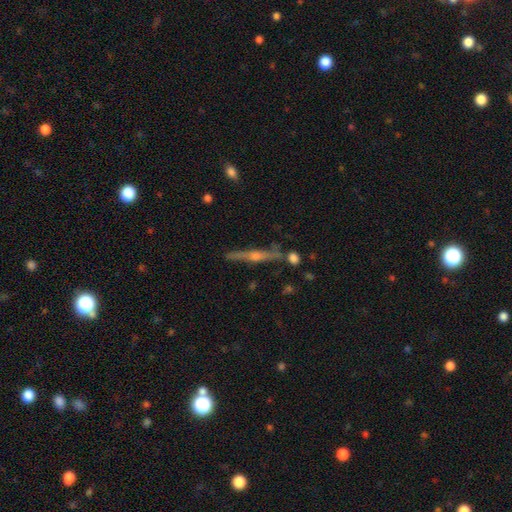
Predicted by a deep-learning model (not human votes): Smooth or featured? featured or disk (69%)
Edge-on disk? yes (92%)
Edge-on bulge? rounded (86%)
Merging? none (77%)